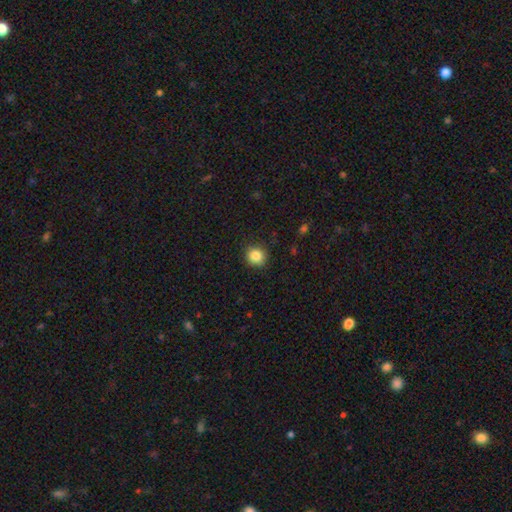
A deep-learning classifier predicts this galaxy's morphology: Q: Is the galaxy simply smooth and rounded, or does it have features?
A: smooth — 86%.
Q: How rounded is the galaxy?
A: round — 89%.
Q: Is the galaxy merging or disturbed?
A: none — 89%.